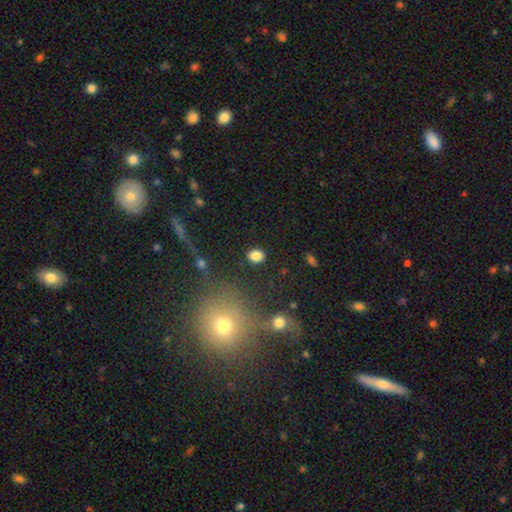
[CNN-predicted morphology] Overall: smooth (85%). How rounded: in between (55%; round 44%). Merging: none (87%).